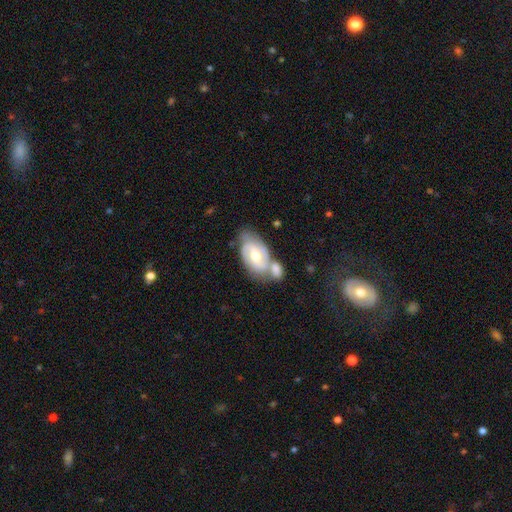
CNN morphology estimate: Smooth or featured?
  - featured or disk: 71% *
  - smooth: 24%
  - star or artifact: 5%
Edge-on disk?
  - no: 95% *
  - yes: 5%
Bar?
  - weak: 48% *
  - no: 34%
  - strong: 17%
Spiral arms?
  - yes: 88% *
  - no: 12%
Spiral winding?
  - medium: 46% *
  - tight: 38%
  - loose: 16%
Spiral arm count?
  - 2: 76% *
  - can't tell: 14%
  - 3: 4%
  - 1: 4%
  - 4: 1%
  - more than 4: 1%
Bulge size?
  - moderate: 66% *
  - small: 27%
  - large: 4%
  - none: 1%
  - dominant: 1%
Merging?
  - merger: 41% *
  - none: 37%
  - minor disturbance: 16%
  - major disturbance: 6%